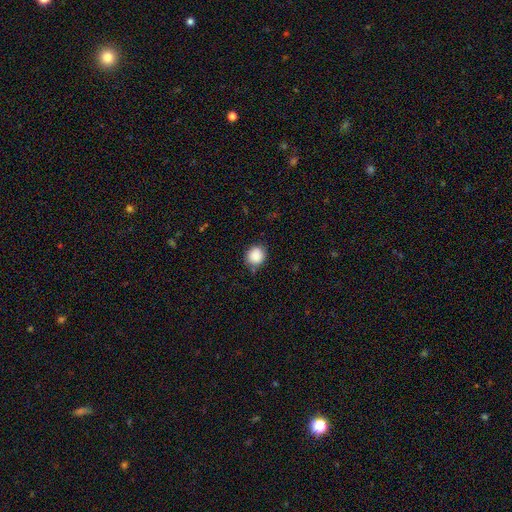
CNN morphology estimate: Smooth or featured? smooth (88%)
How rounded? round (84%)
Merging? none (81%)